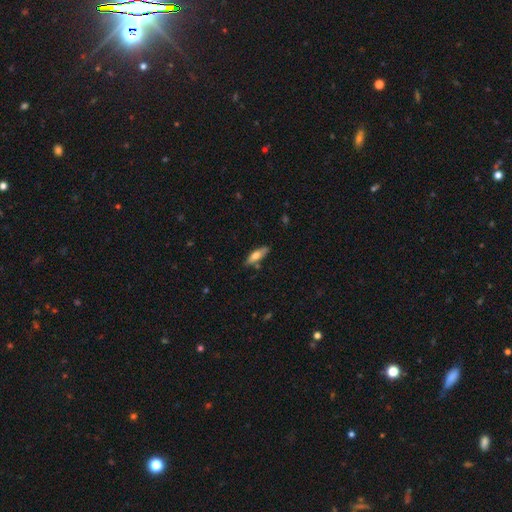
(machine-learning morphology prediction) Smooth or featured: smooth — 65% (featured or disk — 29%)
How rounded: cigar-shaped — 50% (in between — 48%)
Merging: none — 78% (minor disturbance — 16%)